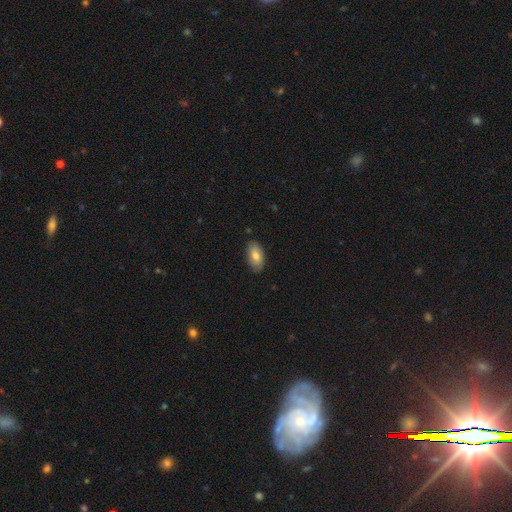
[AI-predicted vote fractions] This is likely a smooth galaxy (76%). How rounded: clearly in between (94%). Merging: clearly none (85%).